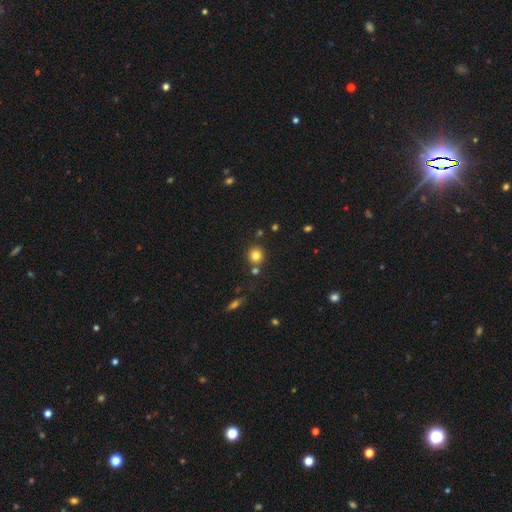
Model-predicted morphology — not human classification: Smooth or featured? Predicted: smooth (p=0.80). How rounded? Predicted: round (p=0.90). Merging? Predicted: none (p=0.77).